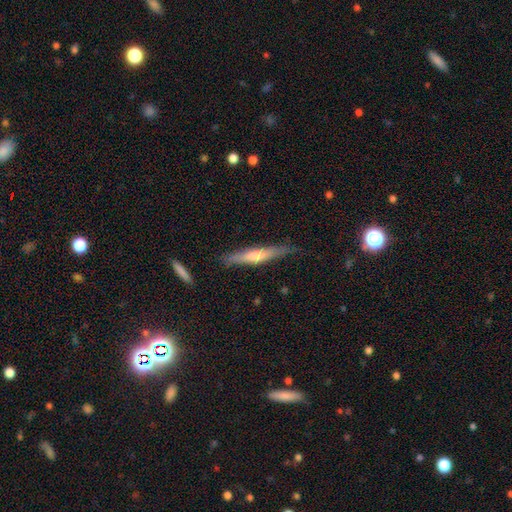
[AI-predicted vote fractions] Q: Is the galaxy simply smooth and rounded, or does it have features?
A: featured or disk — 49%.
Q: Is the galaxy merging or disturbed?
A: none — 79%.